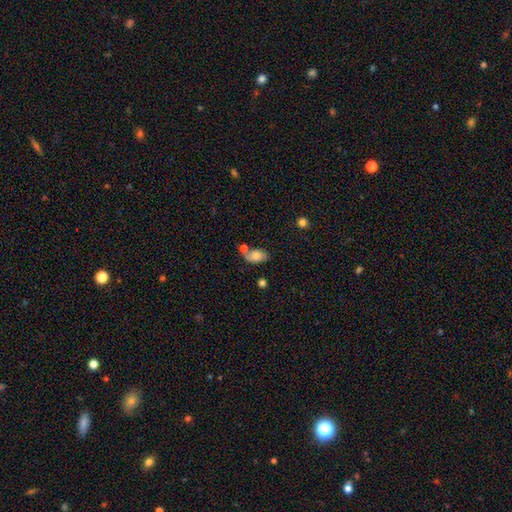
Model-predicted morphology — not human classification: smooth 74%, featured or disk 18%, star or artifact 8%. Down the decision tree: how rounded — in between (90%); merging — none (52%).